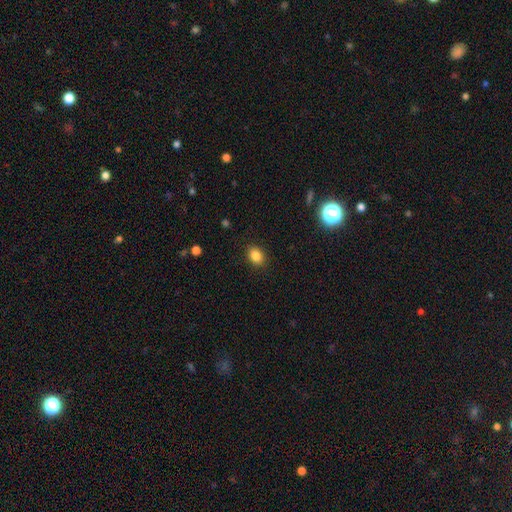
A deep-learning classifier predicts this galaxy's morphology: smooth 85%, star or artifact 10%, featured or disk 5%. Down the decision tree: how rounded — in between (65%); merging — none (88%).